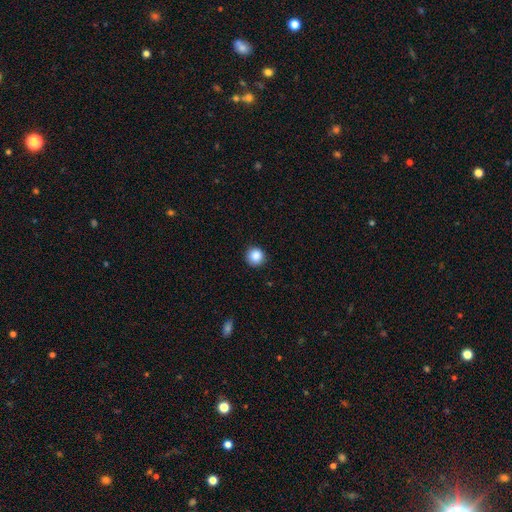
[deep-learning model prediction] smooth_or_featured: smooth (p=0.87) [alt: star or artifact p=0.10]
how_rounded: round (p=0.95) [alt: in between p=0.04]
merging: none (p=0.91) [alt: minor disturbance p=0.06]